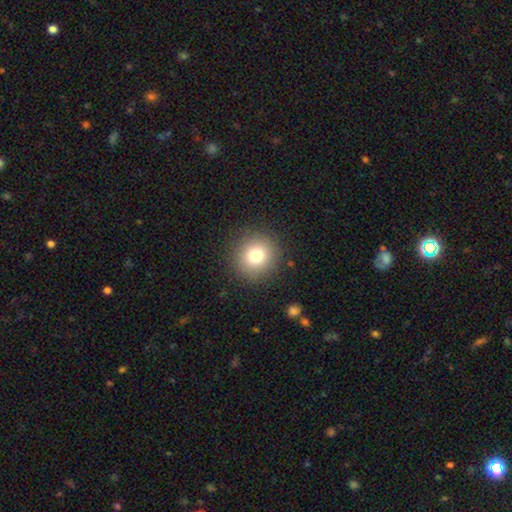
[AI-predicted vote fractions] smooth 78%, star or artifact 12%, featured or disk 10%. Down the decision tree: how rounded — round (92%); merging — none (90%).